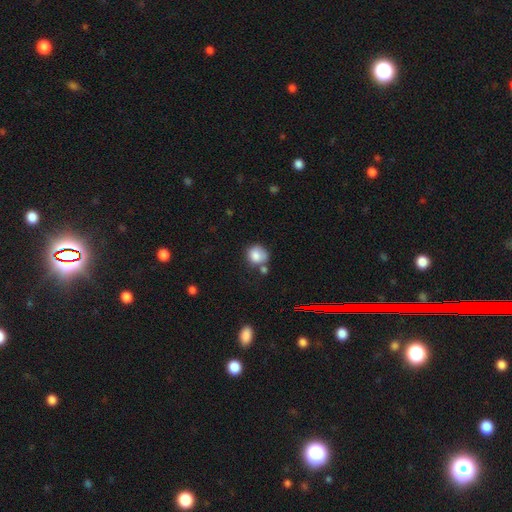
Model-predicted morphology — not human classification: A smooth galaxy with no disk features (82%) that is round (82%).

Vote fractions:
- Smooth or featured? smooth: 82% / star or artifact: 10% / featured or disk: 8%
- How rounded? round: 82% / in between: 17% / cigar-shaped: 1%
- Merging? none: 56% / minor disturbance: 20% / merger: 18% / major disturbance: 6%